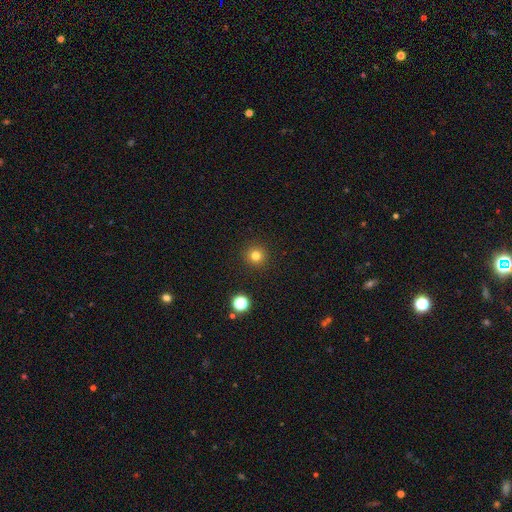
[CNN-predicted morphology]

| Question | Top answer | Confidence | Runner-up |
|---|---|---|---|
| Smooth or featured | smooth | 79% | star or artifact (14%) |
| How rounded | round | 95% | in between (4%) |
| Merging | none | 92% | minor disturbance (5%) |